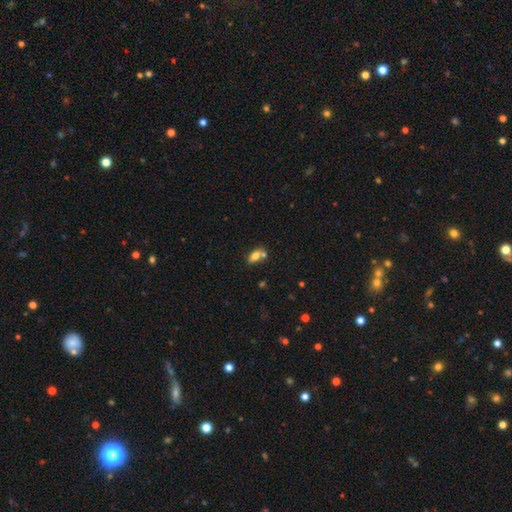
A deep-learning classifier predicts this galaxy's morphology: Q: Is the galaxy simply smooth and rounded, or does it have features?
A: smooth — 77%.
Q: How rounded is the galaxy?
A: in between — 86%.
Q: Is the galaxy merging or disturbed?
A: none — 48%.